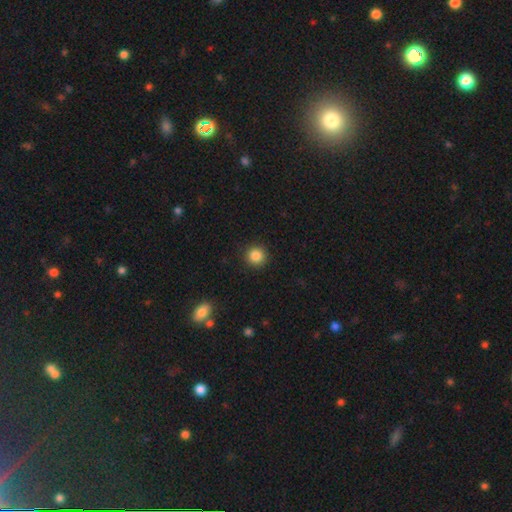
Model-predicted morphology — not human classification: A smooth galaxy with no disk features (86%) that is round (94%). Merging: none (92%).